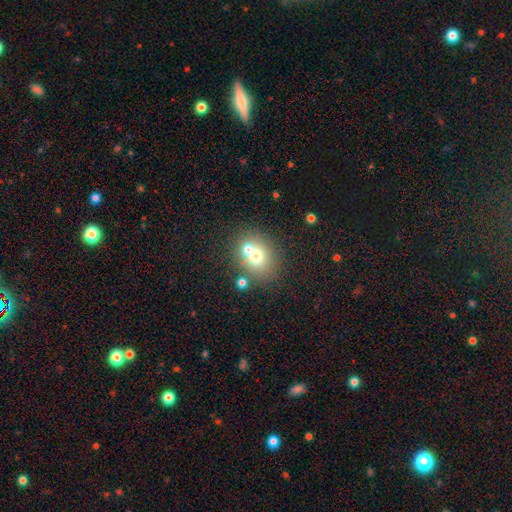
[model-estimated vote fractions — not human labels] A smooth galaxy with no disk features (68%) that is round (64%).

Vote fractions:
- Smooth or featured? smooth: 68% / featured or disk: 19% / star or artifact: 13%
- How rounded? round: 64% / in between: 35% / cigar-shaped: 1%
- Merging? none: 49% / merger: 39% / minor disturbance: 9% / major disturbance: 4%